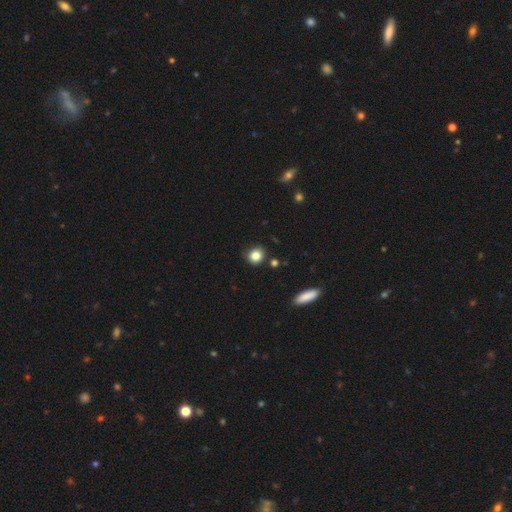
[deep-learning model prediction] This is clearly a smooth galaxy (84%). How rounded: clearly round (81%). Merging: clearly none (83%).